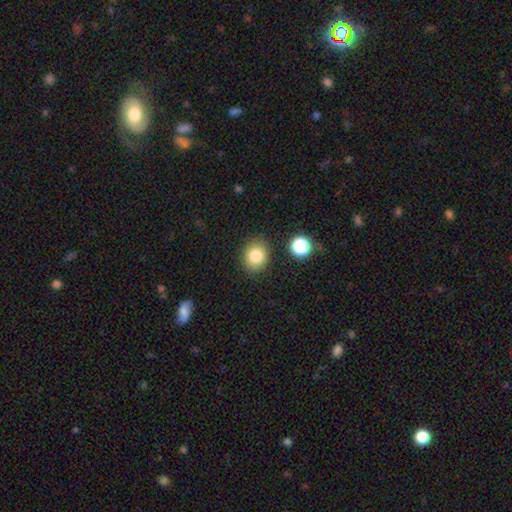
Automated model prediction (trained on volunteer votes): Smooth or featured? Predicted: smooth (p=0.81). How rounded? Predicted: round (p=0.63). Merging? Predicted: none (p=0.86).